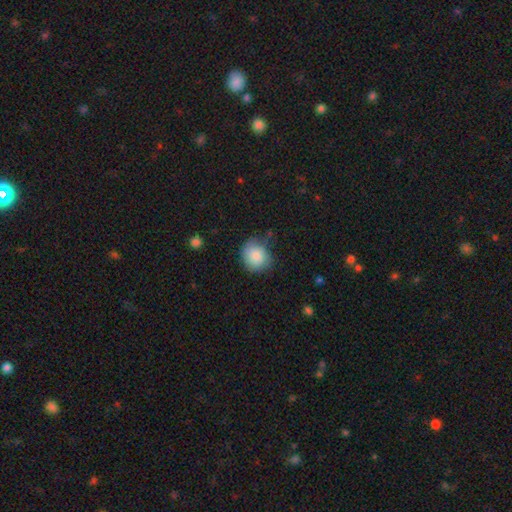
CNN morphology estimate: Smooth or featured: smooth — 85% (featured or disk — 7%)
How rounded: round — 77% (in between — 22%)
Merging: none — 64% (minor disturbance — 26%)